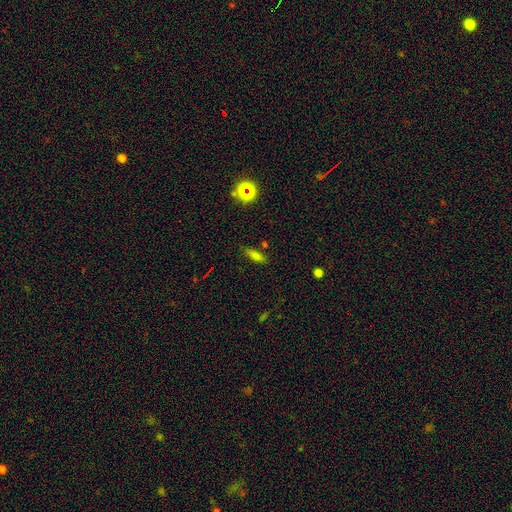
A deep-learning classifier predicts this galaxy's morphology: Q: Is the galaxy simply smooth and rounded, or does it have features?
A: smooth — 70%.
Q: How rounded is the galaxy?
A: in between — 52%.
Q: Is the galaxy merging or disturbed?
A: none — 79%.